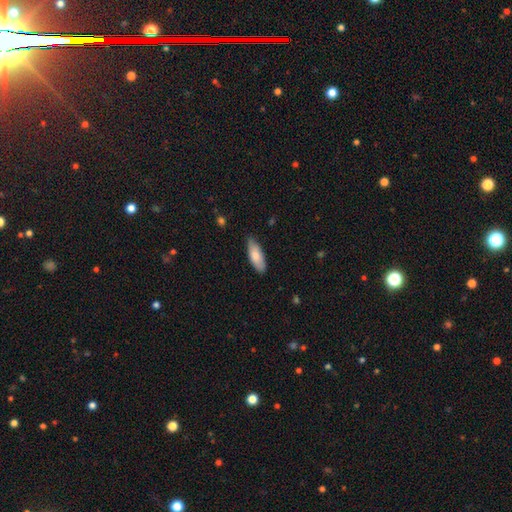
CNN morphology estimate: Smooth or featured? smooth (80%)
How rounded? in between (71%)
Merging? none (79%)